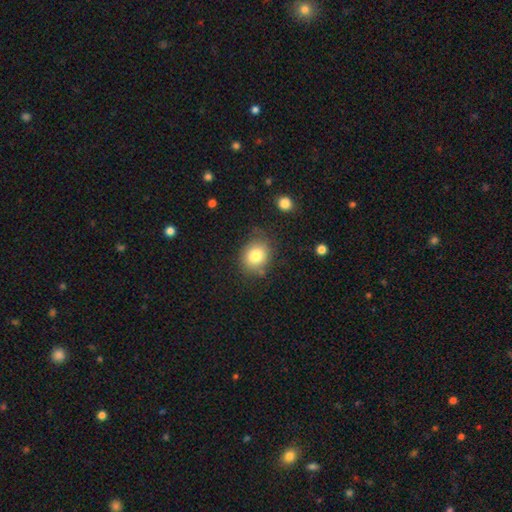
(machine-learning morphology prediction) This appears to be a smooth galaxy with no disk features (80%) that is round (64%). Merging: none (75%).